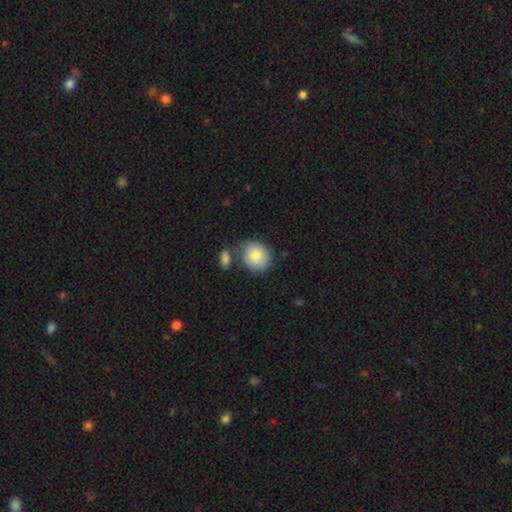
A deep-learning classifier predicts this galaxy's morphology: The model was most divided on "merging": none: 56%, merger: 22%, minor disturbance: 16%, major disturbance: 5%. More confident: smooth or featured — smooth (84%); how rounded — round (71%).